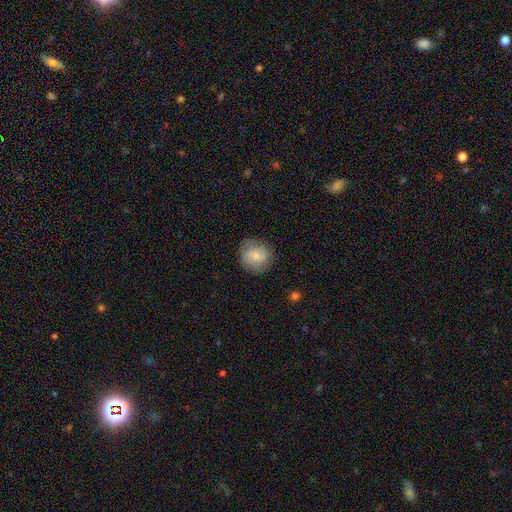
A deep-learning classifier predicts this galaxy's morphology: Smooth or featured?
  - smooth: 64% *
  - featured or disk: 28%
  - star or artifact: 7%
How rounded?
  - round: 84% *
  - in between: 15%
  - cigar-shaped: 1%
Merging?
  - none: 78% *
  - minor disturbance: 16%
  - major disturbance: 5%
  - merger: 1%